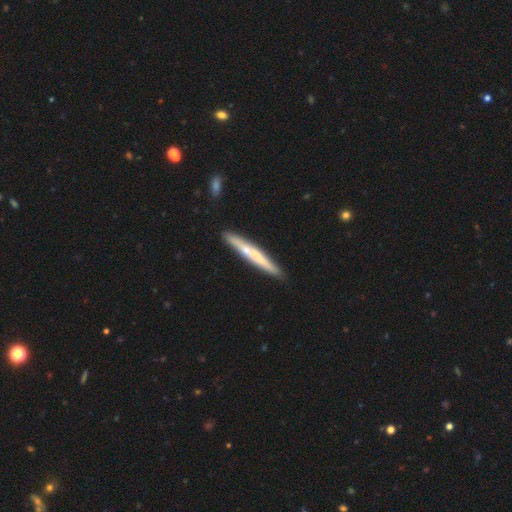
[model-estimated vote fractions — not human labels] This appears to be a featured or disk galaxy (48%). Merging: none (87%).